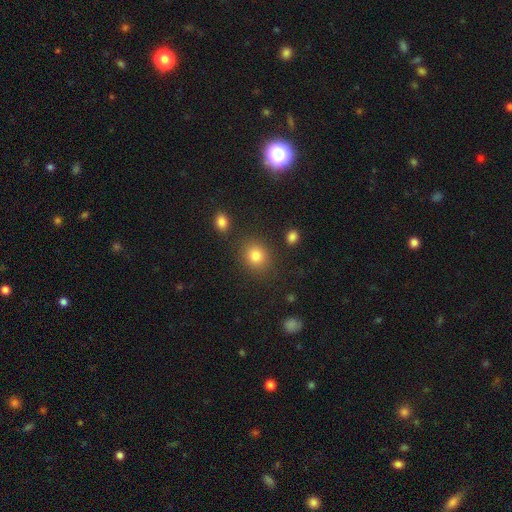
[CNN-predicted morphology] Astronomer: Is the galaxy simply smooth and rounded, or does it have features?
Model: smooth — 82%.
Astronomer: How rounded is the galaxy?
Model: round — 68%.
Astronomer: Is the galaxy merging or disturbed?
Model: none — 82%.